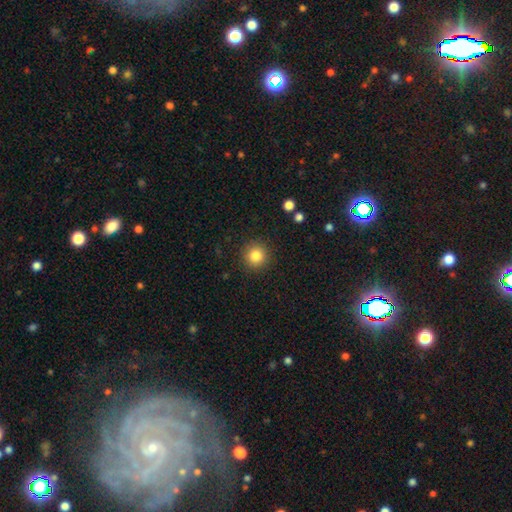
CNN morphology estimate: Smooth or featured? Predicted: smooth (p=0.84). How rounded? Predicted: round (p=0.94). Merging? Predicted: none (p=0.90).